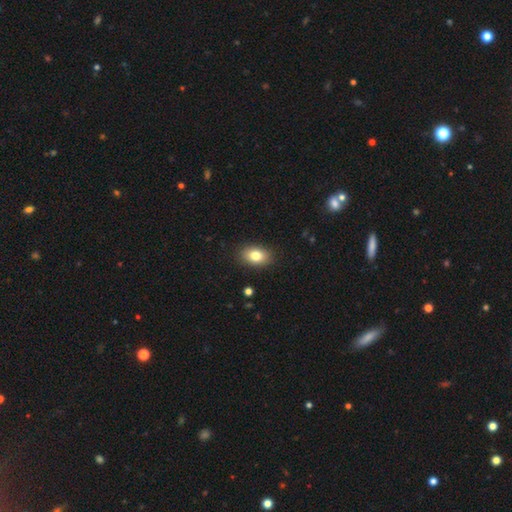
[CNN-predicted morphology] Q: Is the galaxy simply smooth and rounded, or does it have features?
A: smooth — 82%.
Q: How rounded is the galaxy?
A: in between — 83%.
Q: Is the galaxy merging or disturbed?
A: none — 88%.